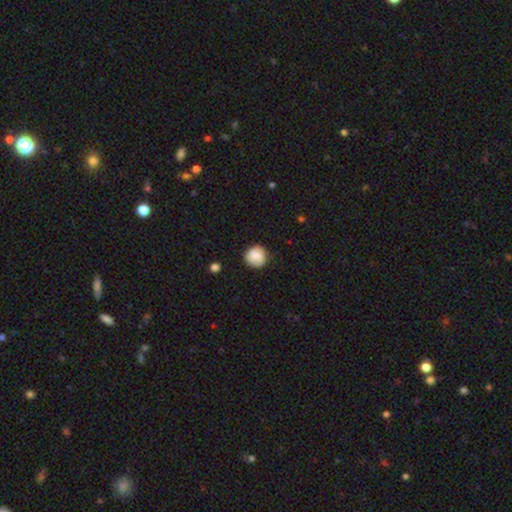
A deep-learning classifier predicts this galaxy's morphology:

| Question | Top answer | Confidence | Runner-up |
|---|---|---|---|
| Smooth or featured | smooth | 77% | featured or disk (16%) |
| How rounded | round | 92% | in between (7%) |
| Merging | none | 81% | minor disturbance (14%) |